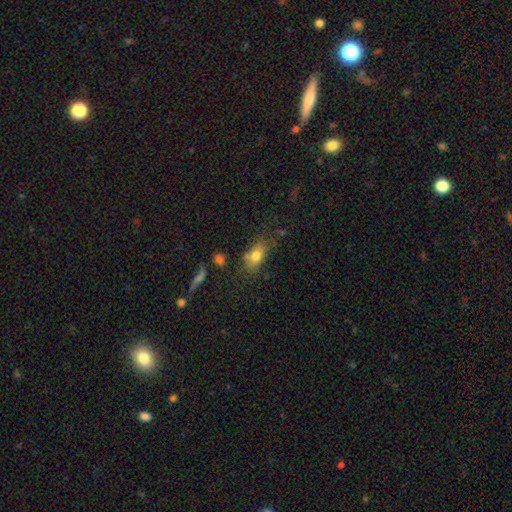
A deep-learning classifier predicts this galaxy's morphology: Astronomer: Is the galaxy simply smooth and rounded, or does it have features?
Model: smooth — 77%.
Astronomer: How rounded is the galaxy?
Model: in between — 82%.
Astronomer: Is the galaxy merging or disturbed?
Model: none — 60%.